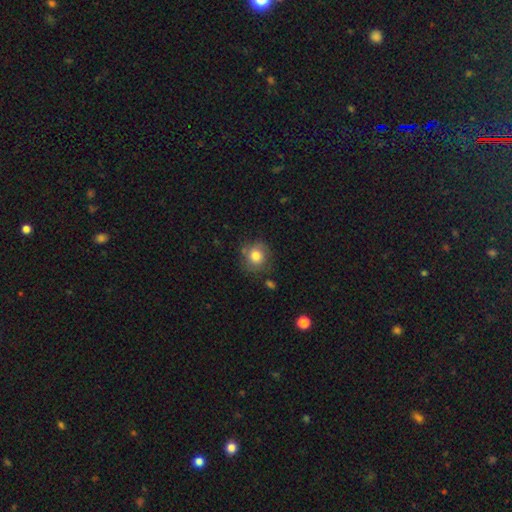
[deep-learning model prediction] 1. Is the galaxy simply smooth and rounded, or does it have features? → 76% smooth, 14% featured or disk, 9% star or artifact.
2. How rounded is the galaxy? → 86% round, 13% in between, 1% cigar-shaped.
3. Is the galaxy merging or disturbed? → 72% none, 18% minor disturbance, 6% major disturbance, 4% merger.